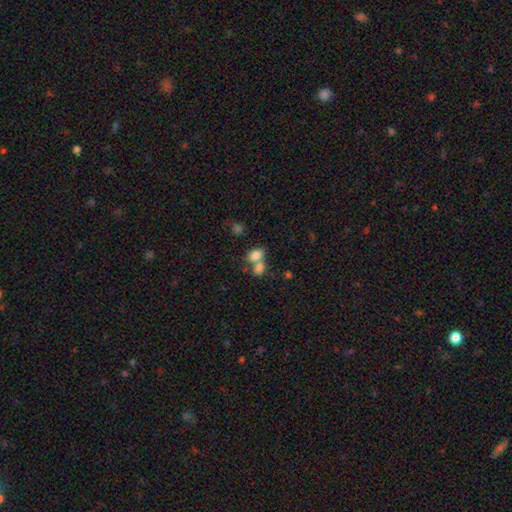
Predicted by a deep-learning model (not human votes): A smooth galaxy with no disk features (79%) that is in between round and cigar-shaped (78%).

Vote fractions:
- Smooth or featured? smooth: 79% / star or artifact: 11% / featured or disk: 10%
- How rounded? in between: 78% / round: 20% / cigar-shaped: 2%
- Merging? merger: 59% / none: 29% / minor disturbance: 8% / major disturbance: 4%